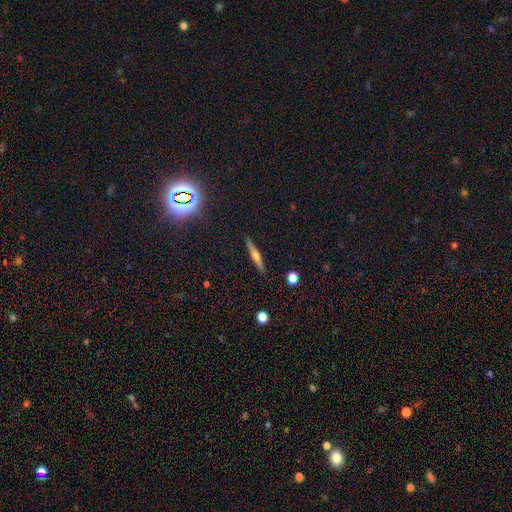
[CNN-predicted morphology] featured or disk 53%, smooth 38%, star or artifact 9%. Down the decision tree: edge-on disk — yes (96%); edge-on bulge — rounded (74%); merging — none (90%).